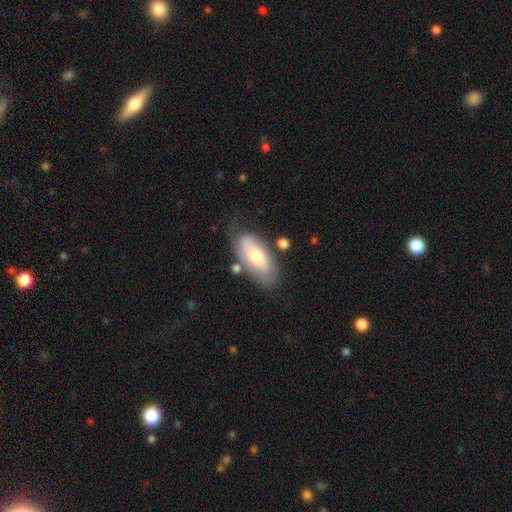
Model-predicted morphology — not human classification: Smooth or featured? Predicted: smooth (p=0.48). Merging? Predicted: none (p=0.66).